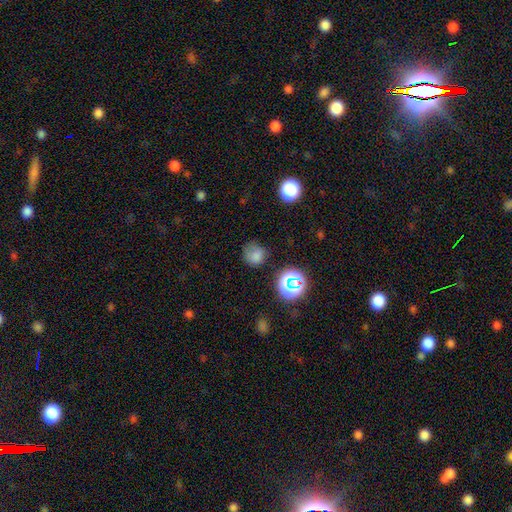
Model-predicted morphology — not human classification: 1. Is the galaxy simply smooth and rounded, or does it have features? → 74% smooth, 19% star or artifact, 7% featured or disk.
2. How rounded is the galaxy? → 84% round, 15% in between, 1% cigar-shaped.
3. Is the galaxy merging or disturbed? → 65% none, 23% minor disturbance, 9% major disturbance, 3% merger.